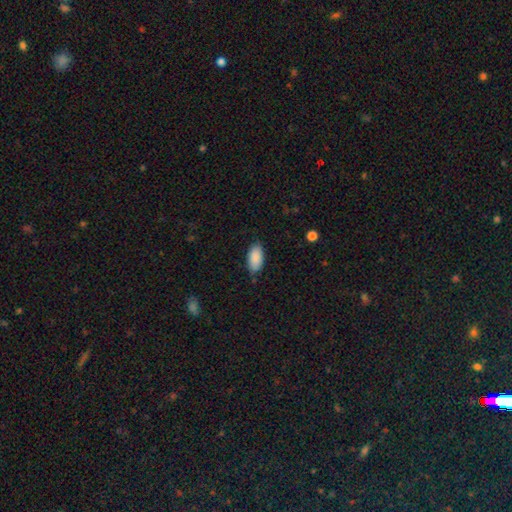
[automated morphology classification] This is clearly a smooth galaxy (89%). How rounded: clearly in between (94%). Merging: likely none (78%).